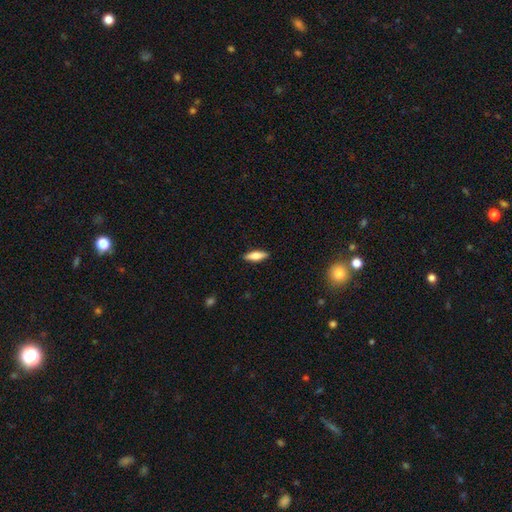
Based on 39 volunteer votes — A smooth galaxy with no disk features (64%) that is in between round and cigar-shaped (56%).

Vote fractions:
- Smooth or featured? smooth: 64% / featured or disk: 36% / star or artifact: 0%
- How rounded? in between: 56% / cigar-shaped: 40% / round: 4%
- Merging? none: 90% / minor disturbance: 8% / major disturbance: 3% / merger: 0%